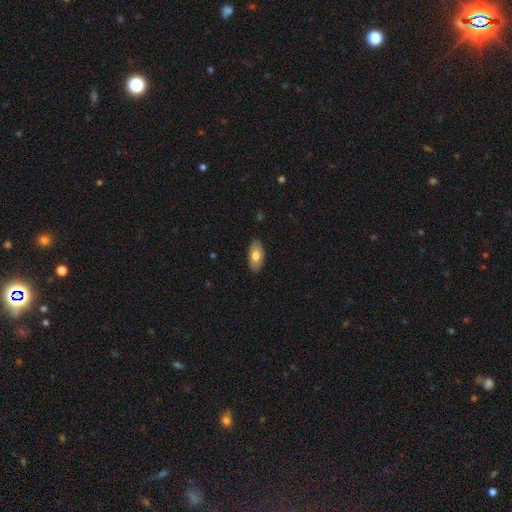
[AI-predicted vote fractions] Smooth or featured?
  - smooth: 75% *
  - featured or disk: 19%
  - star or artifact: 6%
How rounded?
  - in between: 93% *
  - cigar-shaped: 5%
  - round: 3%
Merging?
  - none: 87% *
  - minor disturbance: 10%
  - major disturbance: 2%
  - merger: 1%